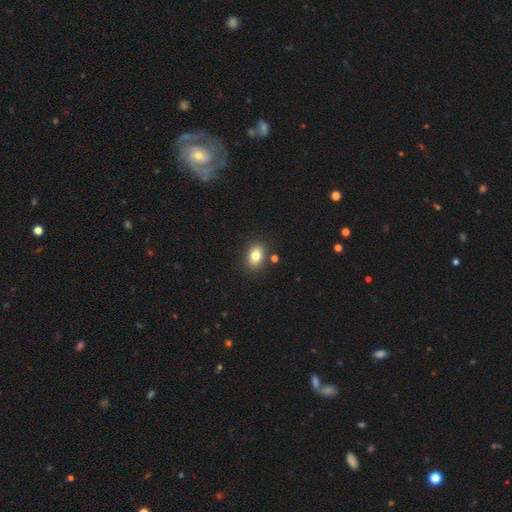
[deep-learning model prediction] Smooth or featured? Predicted: smooth (p=0.81). How rounded? Predicted: in between (p=0.73). Merging? Predicted: none (p=0.83).